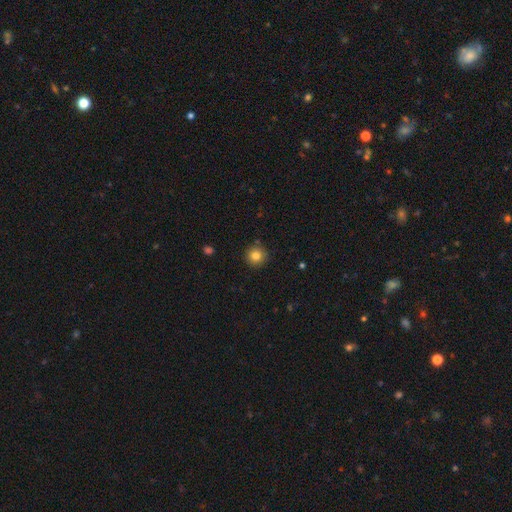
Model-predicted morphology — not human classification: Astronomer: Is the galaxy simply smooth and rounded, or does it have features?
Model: smooth — 82%.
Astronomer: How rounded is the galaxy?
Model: round — 95%.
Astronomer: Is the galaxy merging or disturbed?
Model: none — 90%.